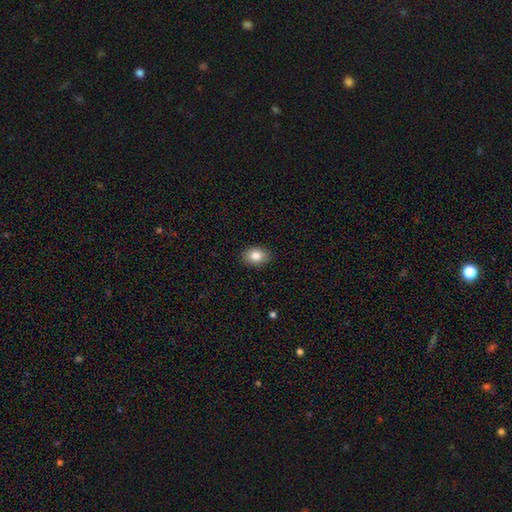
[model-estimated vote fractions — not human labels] Smooth or featured? Predicted: smooth (p=0.84). How rounded? Predicted: in between (p=0.72). Merging? Predicted: none (p=0.89).